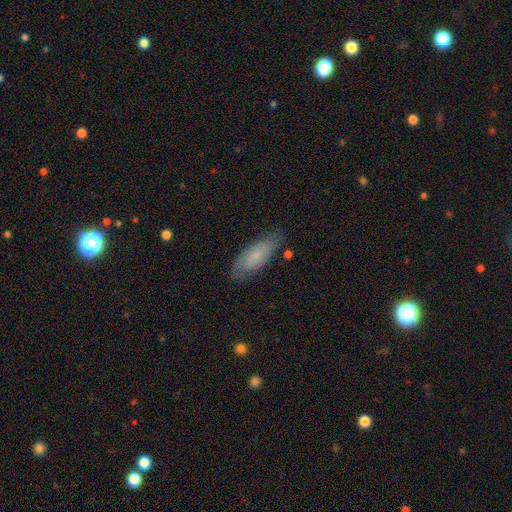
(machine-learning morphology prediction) Smooth or featured: smooth — 52% (featured or disk — 40%)
How rounded: in between — 73% (cigar-shaped — 25%)
Merging: none — 77% (minor disturbance — 18%)